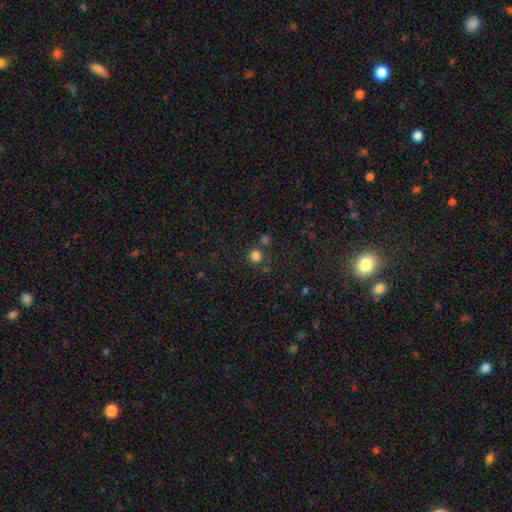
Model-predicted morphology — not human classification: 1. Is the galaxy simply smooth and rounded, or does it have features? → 80% smooth, 15% star or artifact, 4% featured or disk.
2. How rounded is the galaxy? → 91% round, 8% in between, 1% cigar-shaped.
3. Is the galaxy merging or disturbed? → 79% none, 10% merger, 8% minor disturbance, 3% major disturbance.